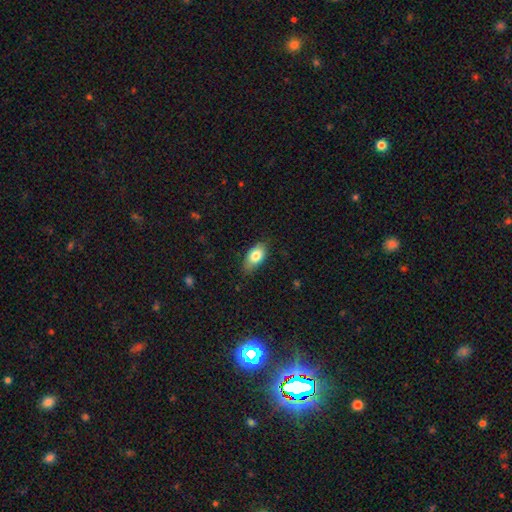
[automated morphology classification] This appears to be a smooth galaxy with no disk features (81%) that is in between round and cigar-shaped (91%). Merging: none (76%).